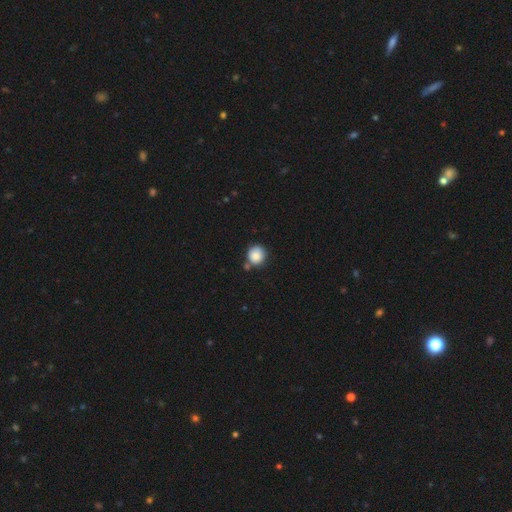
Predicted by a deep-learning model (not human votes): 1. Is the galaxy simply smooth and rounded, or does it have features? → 85% smooth, 8% star or artifact, 6% featured or disk.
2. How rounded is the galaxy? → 91% round, 8% in between, 1% cigar-shaped.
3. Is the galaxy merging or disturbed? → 66% none, 17% minor disturbance, 13% merger, 4% major disturbance.